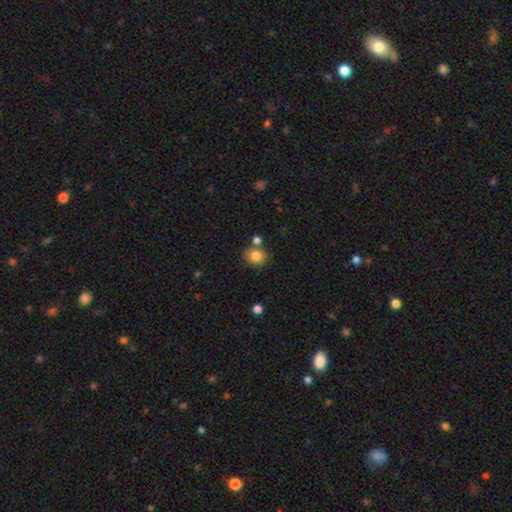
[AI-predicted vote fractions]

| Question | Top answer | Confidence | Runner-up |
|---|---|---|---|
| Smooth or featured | smooth | 83% | star or artifact (10%) |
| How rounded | round | 73% | in between (27%) |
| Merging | none | 70% | merger (15%) |